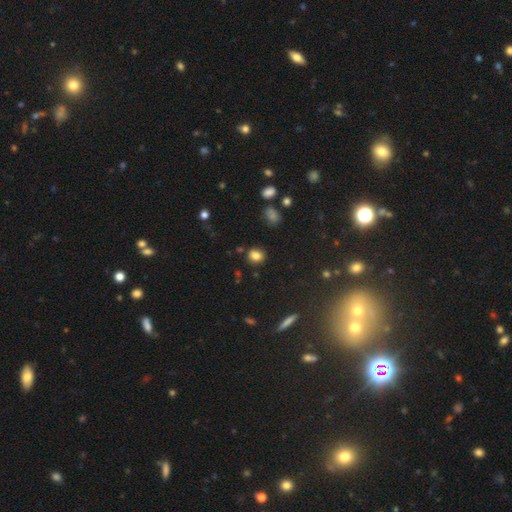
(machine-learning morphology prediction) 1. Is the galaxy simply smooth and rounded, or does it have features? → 82% smooth, 12% star or artifact, 6% featured or disk.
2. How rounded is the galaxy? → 73% round, 26% in between, 1% cigar-shaped.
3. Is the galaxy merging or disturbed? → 86% none, 9% minor disturbance, 3% merger, 2% major disturbance.